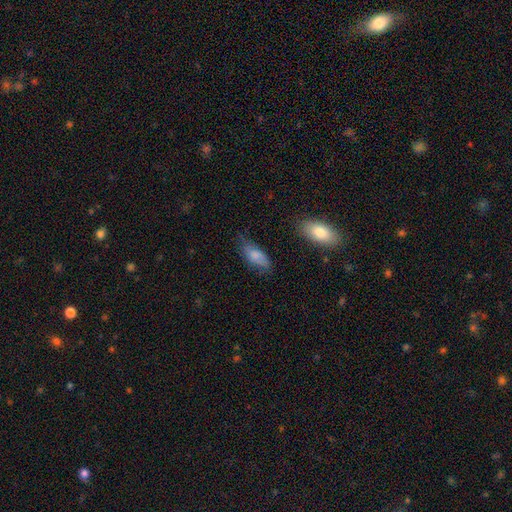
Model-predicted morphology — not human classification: type=smooth (78%); roundness=in between (84%); merging=none (58%).